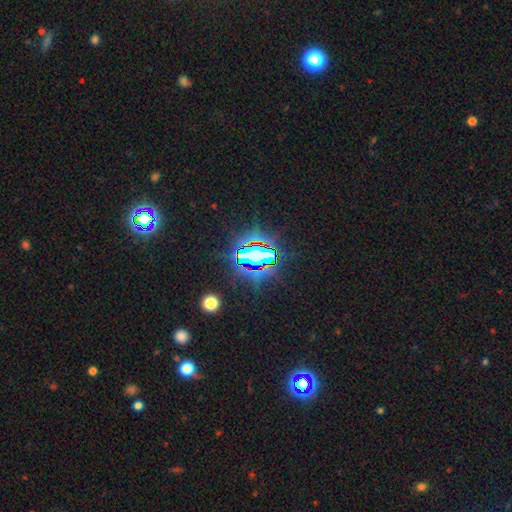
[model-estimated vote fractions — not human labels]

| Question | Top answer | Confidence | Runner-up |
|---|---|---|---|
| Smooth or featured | star or artifact | 77% | smooth (12%) |